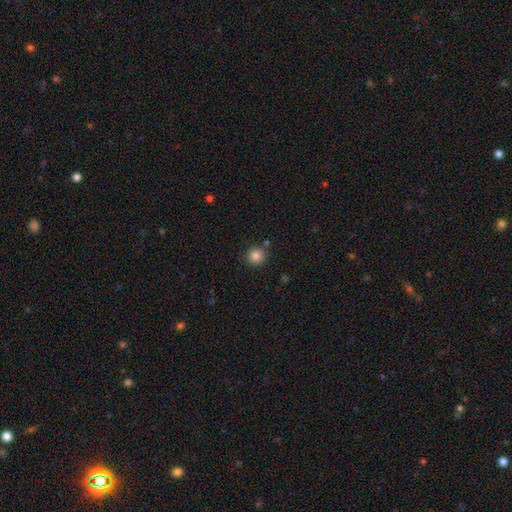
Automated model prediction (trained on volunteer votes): This appears to be a smooth galaxy with no disk features (84%) that is round (92%). Merging: none (86%).